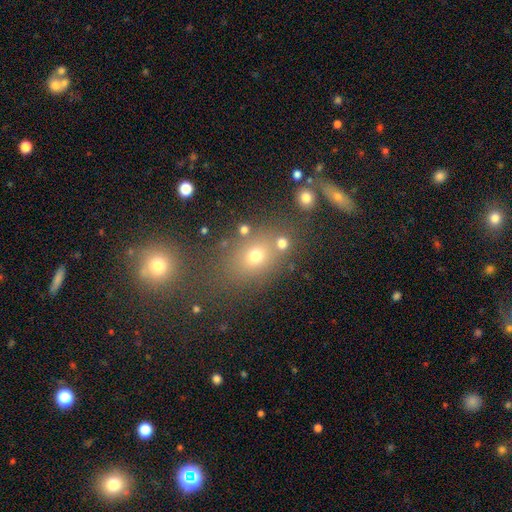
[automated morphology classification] type=smooth (63%); roundness=in between (55%); merging=none (64%).